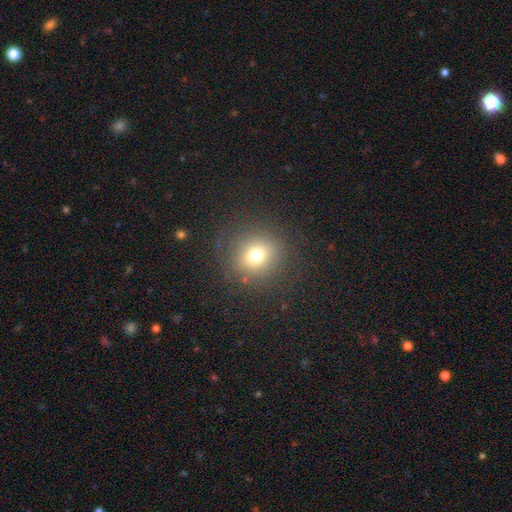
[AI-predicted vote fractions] smooth 71%, star or artifact 17%, featured or disk 12%. Down the decision tree: how rounded — round (87%); merging — none (84%).